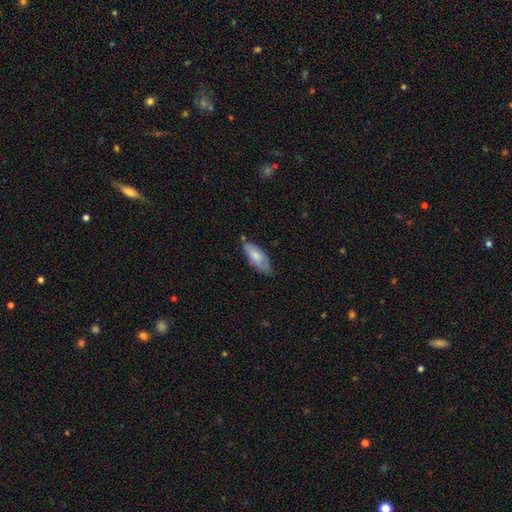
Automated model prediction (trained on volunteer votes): Smooth or featured: smooth — 74% (featured or disk — 21%)
How rounded: in between — 79% (cigar-shaped — 20%)
Merging: none — 66% (minor disturbance — 26%)